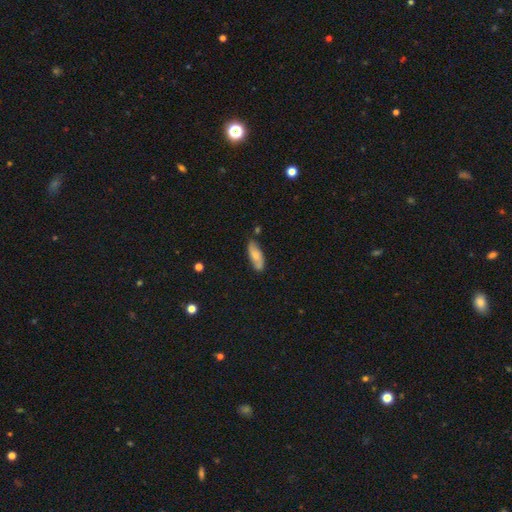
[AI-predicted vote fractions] Smooth or featured? Predicted: smooth (p=0.61). How rounded? Predicted: in between (p=0.70). Merging? Predicted: none (p=0.76).